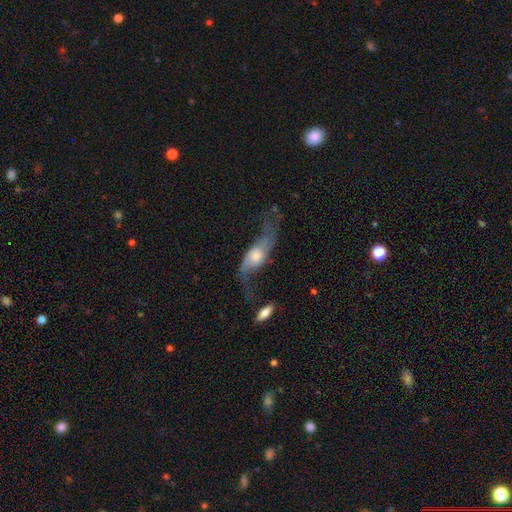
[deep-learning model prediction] Morphology: type=featured or disk (65%); edge-on=no (77%); bar=no (68%); spiral arms=yes (84%); bulge=moderate (47%); merging=none (37%).